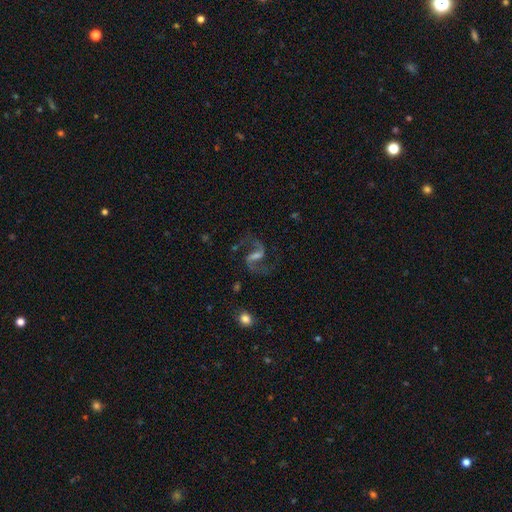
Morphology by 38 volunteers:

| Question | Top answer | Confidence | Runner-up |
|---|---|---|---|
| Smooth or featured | featured or disk | 92% | star or artifact (8%) |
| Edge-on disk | no | 100% | — |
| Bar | weak | 57% | strong (29%) |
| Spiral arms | yes | 97% | no (3%) |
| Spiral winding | medium | 56% | loose (41%) |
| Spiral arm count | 2 | 97% | 1 (3%) |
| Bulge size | small | 54% | moderate (26%) |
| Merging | none | 86% | minor disturbance (9%) |